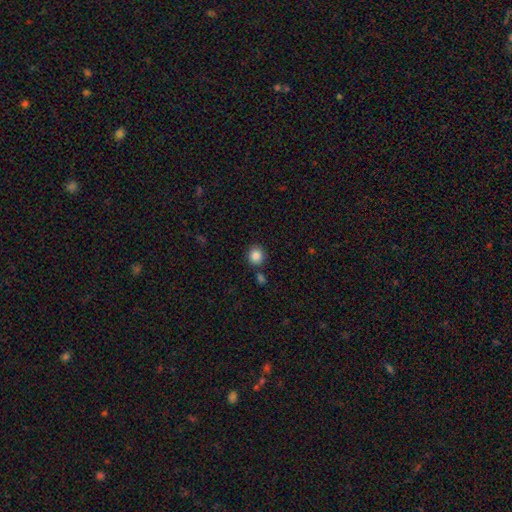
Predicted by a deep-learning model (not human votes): Morphology: type=smooth (86%); roundness=round (87%); merging=none (83%).